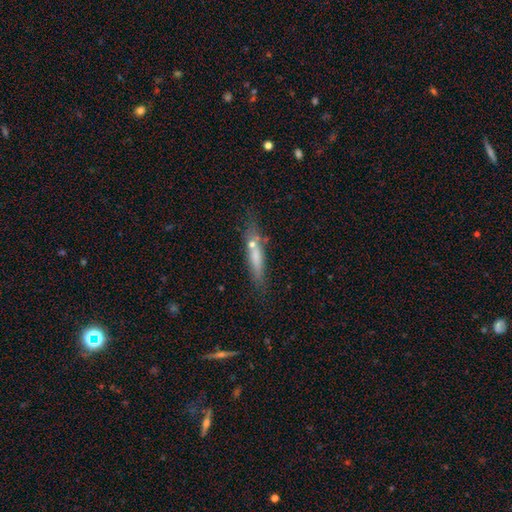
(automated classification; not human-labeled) This appears to be a smooth galaxy with no disk features (54%) that is cigar-shaped (87%). Merging: none (73%).